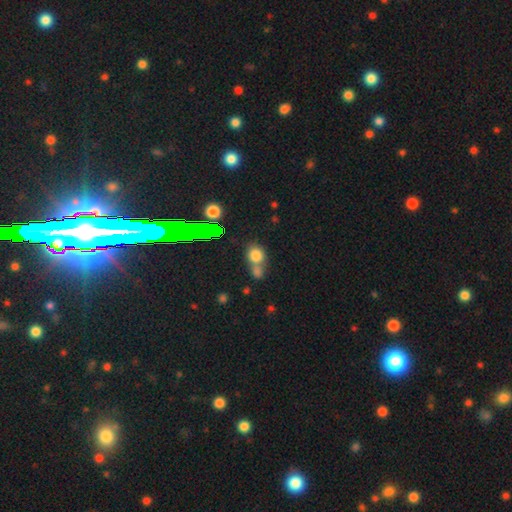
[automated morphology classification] Smooth or featured: smooth — 74% (star or artifact — 16%)
How rounded: round — 68% (in between — 30%)
Merging: merger — 44% (none — 41%)